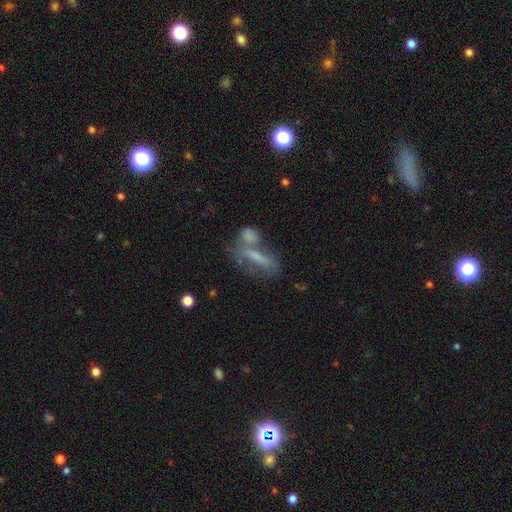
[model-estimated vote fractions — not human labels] Morphology: type=smooth (48%); merging=merger (39%).